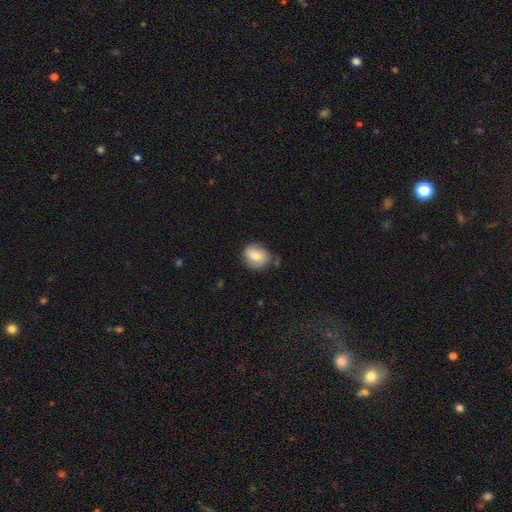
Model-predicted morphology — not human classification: Q: Smooth or featured?
A: smooth (74%); runner-up: featured or disk (19%)
Q: How rounded?
A: round (63%); runner-up: in between (36%)
Q: Merging?
A: none (67%); runner-up: minor disturbance (24%)